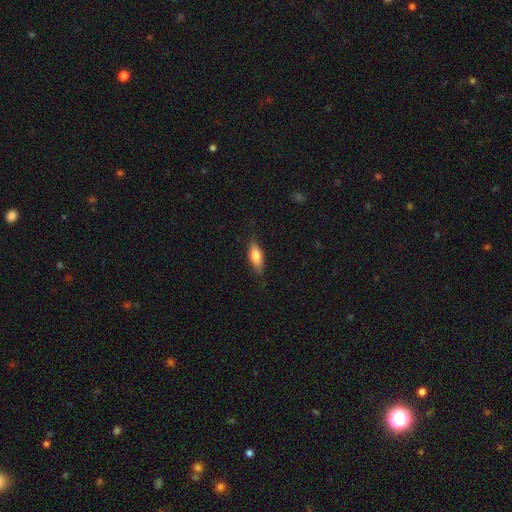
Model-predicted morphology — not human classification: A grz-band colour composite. It shows a smooth galaxy with no disk features (76%) that is in between round and cigar-shaped (71%). Merging: none (79%).